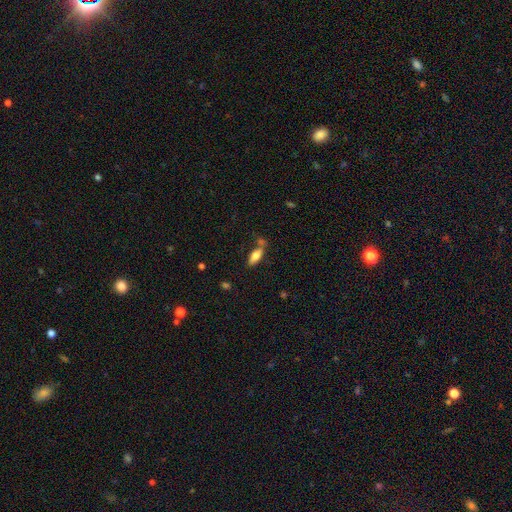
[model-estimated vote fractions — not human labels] Overall: smooth (73%). How rounded: in between (74%). Merging: none (62%).